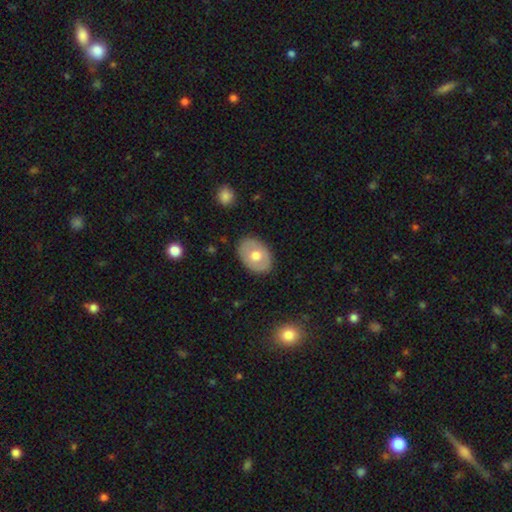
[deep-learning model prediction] A smooth galaxy with no disk features (58%) that is in between round and cigar-shaped (76%).

Vote fractions:
- Smooth or featured? smooth: 58% / featured or disk: 36% / star or artifact: 6%
- How rounded? in between: 76% / round: 23% / cigar-shaped: 1%
- Merging? none: 85% / minor disturbance: 11% / major disturbance: 3% / merger: 1%